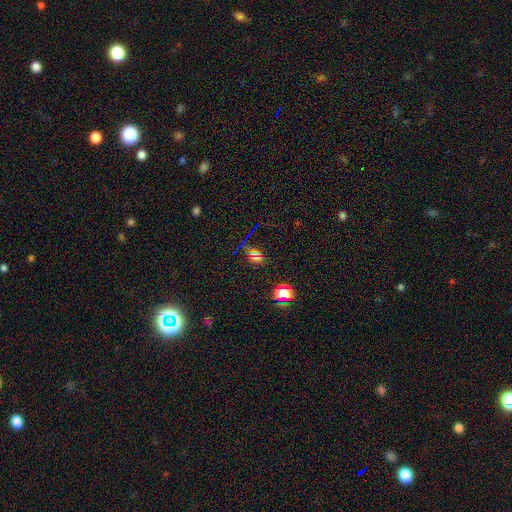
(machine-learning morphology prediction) smooth_or_featured: star or artifact (p=0.56) [alt: smooth p=0.34]